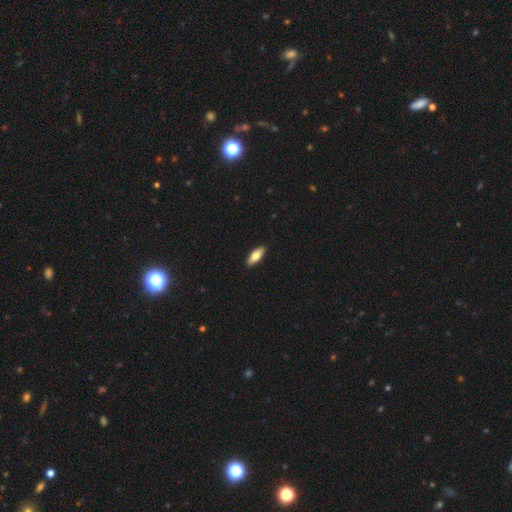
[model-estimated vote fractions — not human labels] smooth 72%, featured or disk 23%, star or artifact 6%. Down the decision tree: how rounded — in between (73%); merging — none (91%).